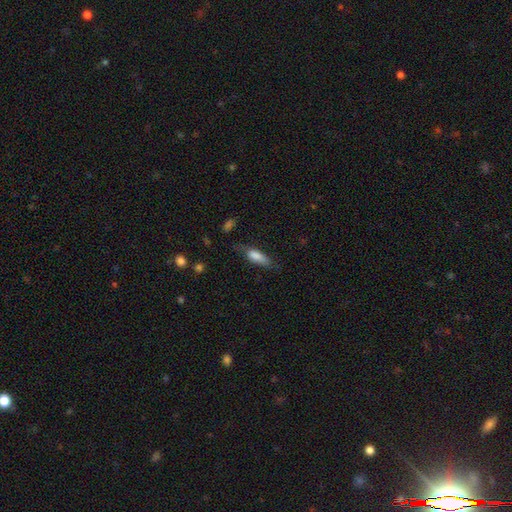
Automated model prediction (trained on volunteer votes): This appears to be a smooth galaxy with no disk features (78%) that is in between round and cigar-shaped (53%). Merging: none (57%).